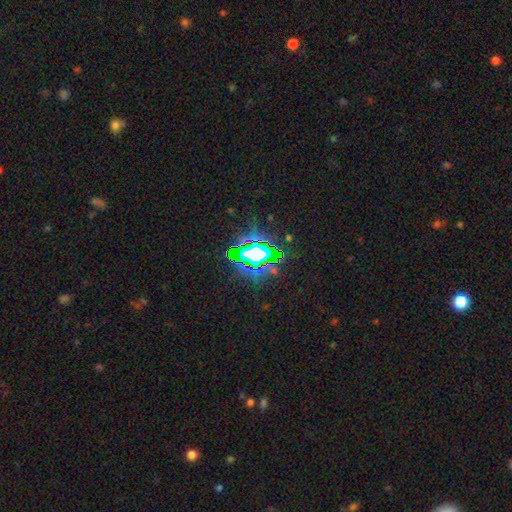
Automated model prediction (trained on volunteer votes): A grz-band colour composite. It shows a star or artifact, not a galaxy (67%).